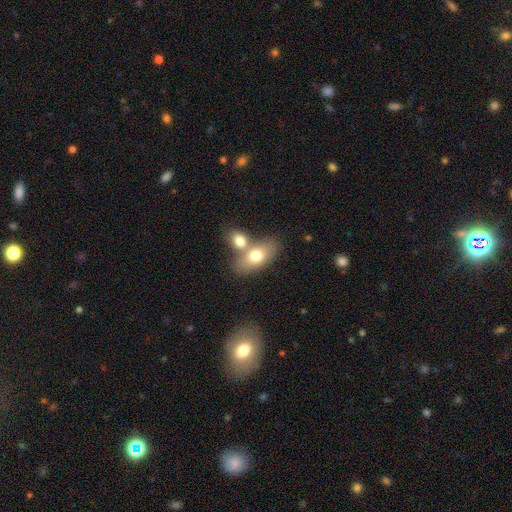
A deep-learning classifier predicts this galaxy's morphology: This appears to be a smooth galaxy with no disk features (70%) that is in between round and cigar-shaped (87%). Merging: merger (47%).